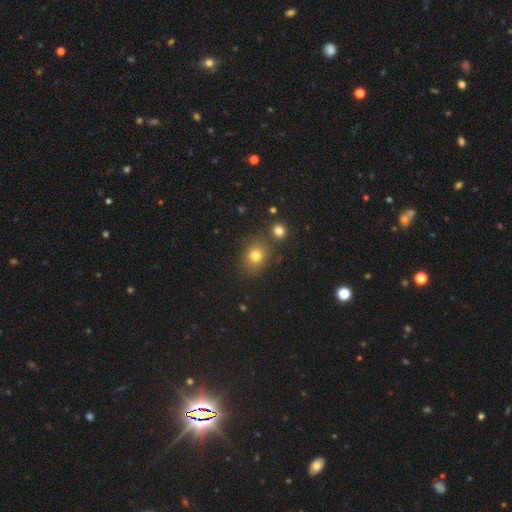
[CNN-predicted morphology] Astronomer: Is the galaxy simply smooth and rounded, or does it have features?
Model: smooth — 77%.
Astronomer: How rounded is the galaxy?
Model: round — 61% (runner-up: in between, 38%).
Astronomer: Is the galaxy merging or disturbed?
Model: none — 76%.